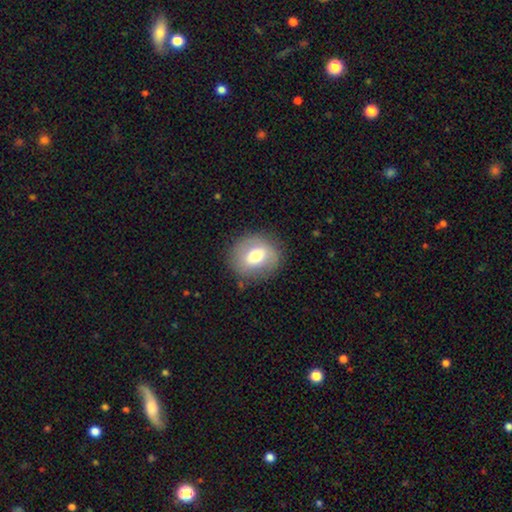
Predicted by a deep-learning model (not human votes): smooth_or_featured: smooth (p=0.63) [alt: featured or disk p=0.29]
how_rounded: round (p=0.72) [alt: in between p=0.27]
merging: none (p=0.81) [alt: minor disturbance p=0.13]